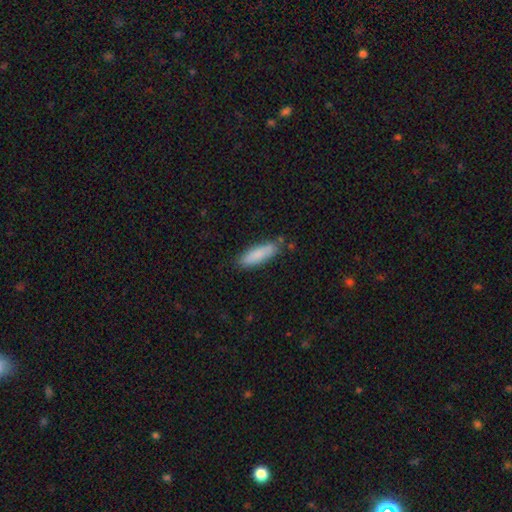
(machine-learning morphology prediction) A smooth galaxy with no disk features (85%) that is cigar-shaped (57%). Merging: none (80%).